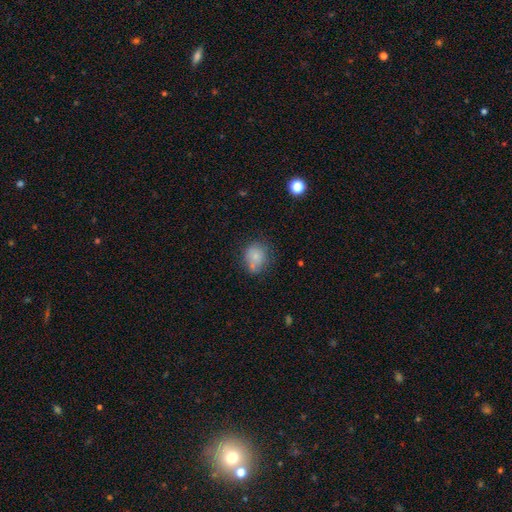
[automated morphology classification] This appears to be a smooth galaxy with no disk features (77%) that is round (67%). Merging: none (58%).